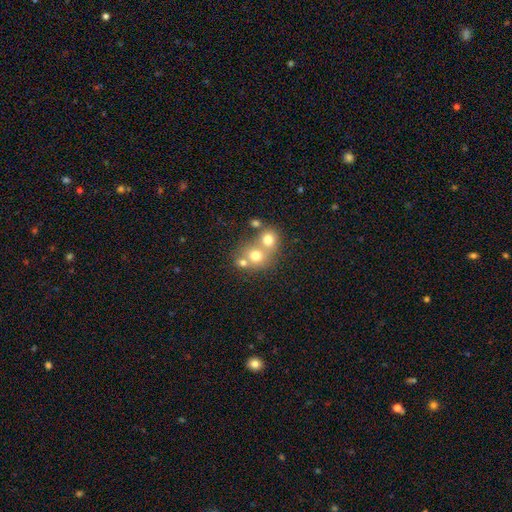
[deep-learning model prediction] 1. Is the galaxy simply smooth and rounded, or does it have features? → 69% smooth, 18% featured or disk, 14% star or artifact.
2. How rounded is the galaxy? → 77% round, 22% in between, 1% cigar-shaped.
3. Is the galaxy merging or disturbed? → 55% merger, 36% none, 6% minor disturbance, 3% major disturbance.